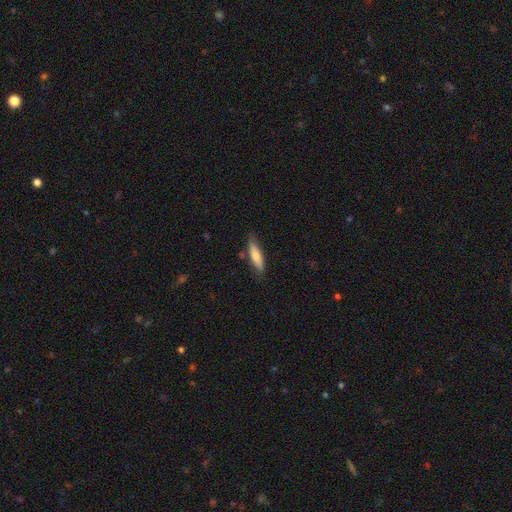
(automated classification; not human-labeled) smooth-or-featured: smooth: 74% | featured or disk: 20% | star or artifact: 6%
  how-rounded: cigar-shaped: 70% | in between: 29% | round: 2%
  merging: none: 78% | minor disturbance: 16% | merger: 3% | major disturbance: 3%